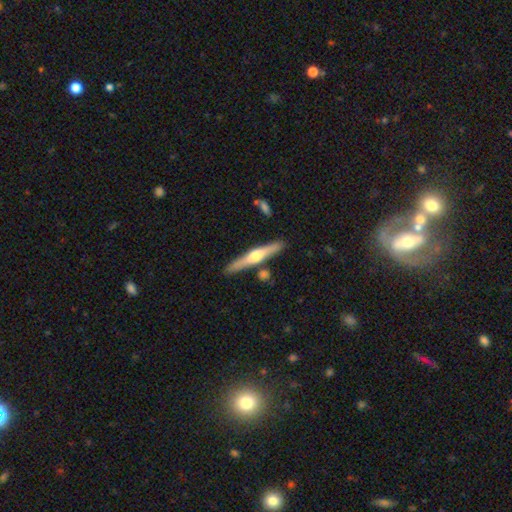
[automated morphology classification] Overall: featured or disk (61%; smooth 34%). Edge-on disk: yes (96%). Edge-on bulge: rounded (89%). Merging: none (85%).